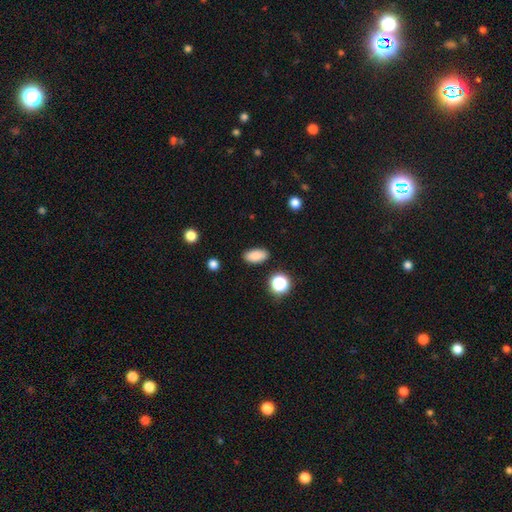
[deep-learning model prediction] The model was most divided on "smooth or featured": smooth: 86%, star or artifact: 10%, featured or disk: 4%. More confident: how rounded — in between (90%); merging — none (88%).